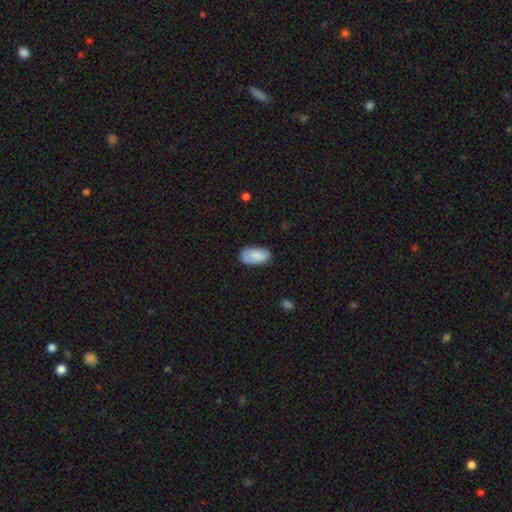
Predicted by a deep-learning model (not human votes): This is clearly a smooth galaxy (85%). How rounded: clearly in between (95%). Merging: likely none (74%).